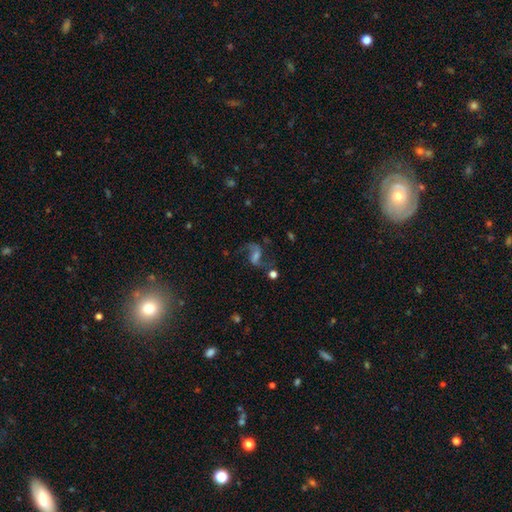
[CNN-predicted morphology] Smooth or featured?
  - featured or disk: 76% *
  - star or artifact: 13%
  - smooth: 11%
Edge-on disk?
  - no: 97% *
  - yes: 3%
Bar?
  - weak: 47% *
  - no: 30%
  - strong: 23%
Spiral arms?
  - yes: 94% *
  - no: 6%
Spiral winding?
  - loose: 66% *
  - medium: 29%
  - tight: 5%
Spiral arm count?
  - 2: 90% *
  - 1: 4%
  - can't tell: 3%
  - 3: 1%
  - 4: 1%
  - more than 4: 1%
Bulge size?
  - small: 36% * (tied)
  - moderate: 36% * (tied)
  - none: 17%
  - large: 9%
  - dominant: 2%
Merging?
  - none: 66% *
  - major disturbance: 15%
  - minor disturbance: 14%
  - merger: 5%